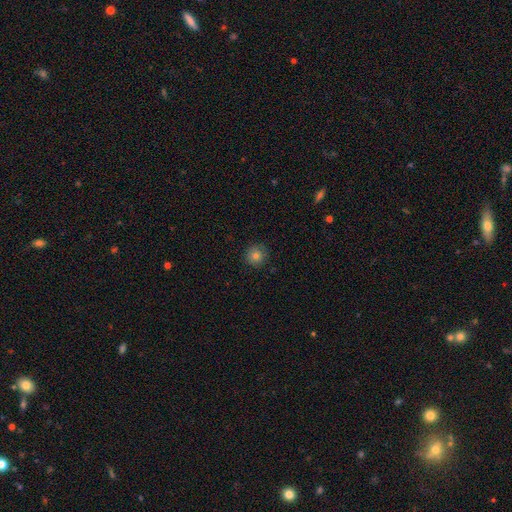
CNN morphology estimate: A smooth galaxy with no disk features (79%) that is round (94%).

Vote fractions:
- Smooth or featured? smooth: 79% / star or artifact: 12% / featured or disk: 9%
- How rounded? round: 94% / in between: 5% / cigar-shaped: 1%
- Merging? none: 88% / minor disturbance: 9% / major disturbance: 2% / merger: 1%